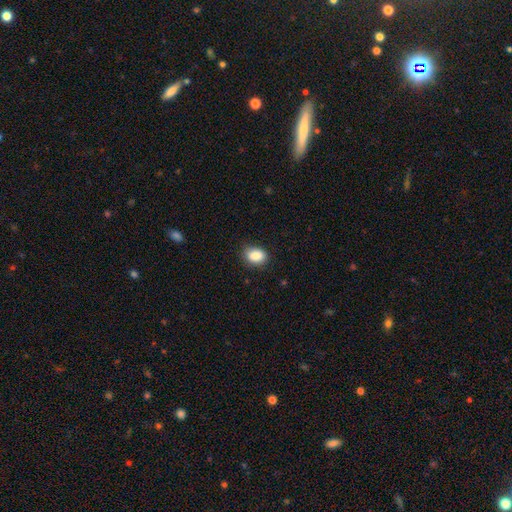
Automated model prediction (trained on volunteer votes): A smooth galaxy with no disk features (89%) that is in between round and cigar-shaped (73%).

Vote fractions:
- Smooth or featured? smooth: 89% / star or artifact: 8% / featured or disk: 4%
- How rounded? in between: 73% / round: 26% / cigar-shaped: 1%
- Merging? none: 80% / minor disturbance: 16% / major disturbance: 3% / merger: 1%